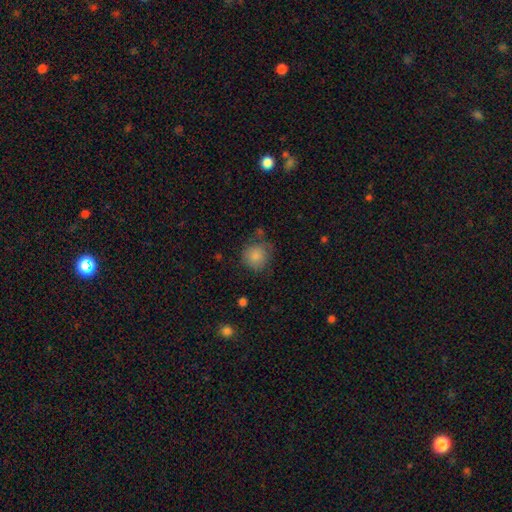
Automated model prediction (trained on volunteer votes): Smooth or featured: smooth — 85% (star or artifact — 9%)
How rounded: round — 87% (in between — 12%)
Merging: none — 67% (minor disturbance — 22%)